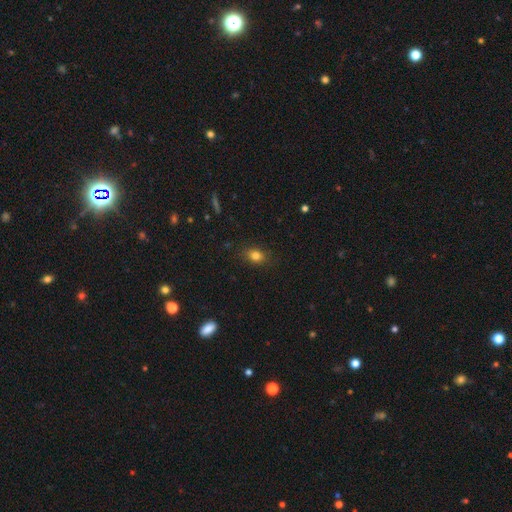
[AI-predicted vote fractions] smooth-or-featured: smooth: 81% | star or artifact: 12% | featured or disk: 7%
  how-rounded: in between: 62% | round: 36% | cigar-shaped: 2%
  merging: none: 84% | minor disturbance: 12% | major disturbance: 3% | merger: 1%